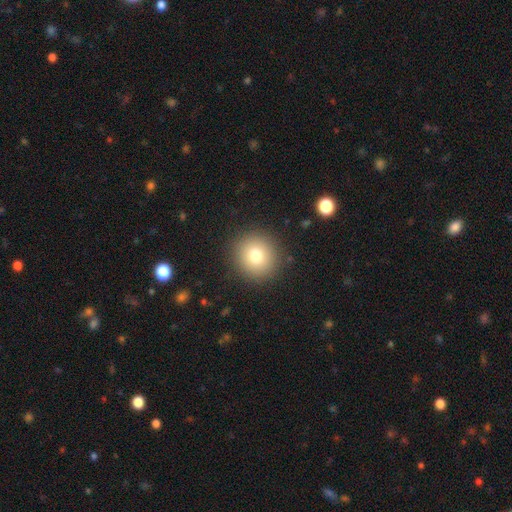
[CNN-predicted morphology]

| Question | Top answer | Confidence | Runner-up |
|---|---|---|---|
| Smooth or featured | smooth | 77% | star or artifact (12%) |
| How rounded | round | 92% | in between (7%) |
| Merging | none | 90% | minor disturbance (6%) |